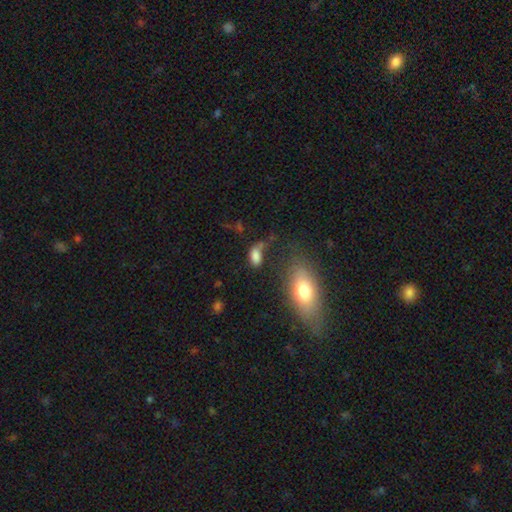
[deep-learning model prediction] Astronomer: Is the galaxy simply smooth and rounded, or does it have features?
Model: smooth — 77%.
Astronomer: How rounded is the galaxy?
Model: in between — 86%.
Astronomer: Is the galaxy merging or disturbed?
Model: none — 38% (runner-up: minor disturbance, 23%).